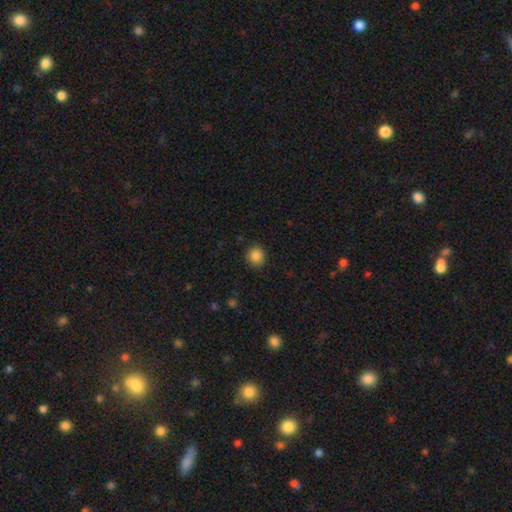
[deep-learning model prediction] smooth 86%, star or artifact 10%, featured or disk 4%. Down the decision tree: how rounded — round (87%); merging — none (90%).